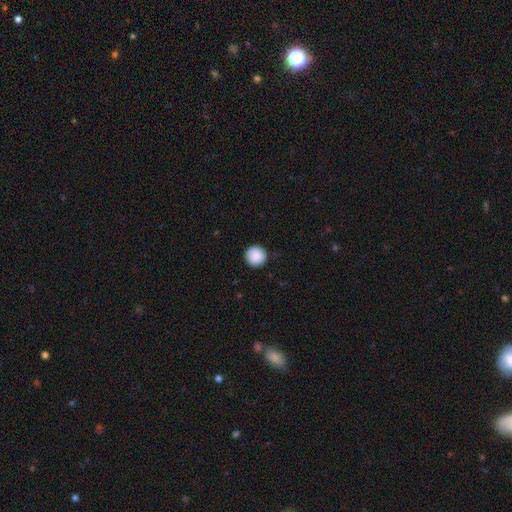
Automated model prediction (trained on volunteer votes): This is clearly a smooth galaxy (89%). How rounded: clearly round (96%). Merging: clearly none (88%).